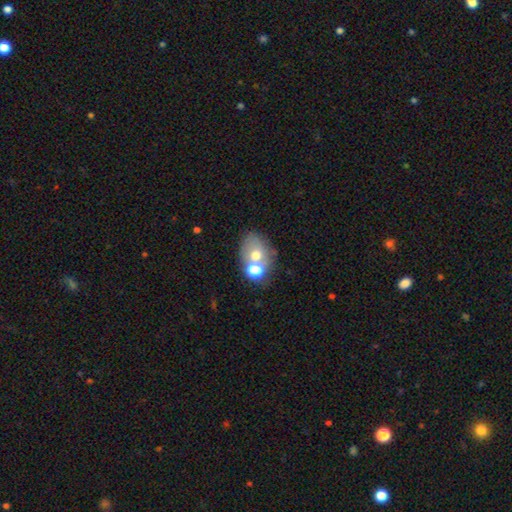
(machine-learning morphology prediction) Smooth or featured? smooth (61%)
How rounded? in between (56%)
Merging? none (43%)